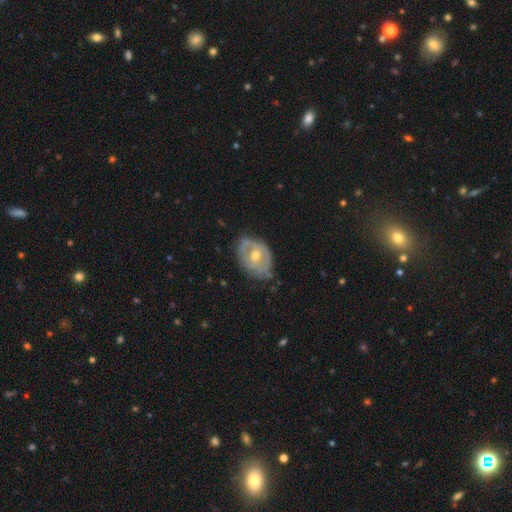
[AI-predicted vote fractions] Smooth or featured? featured or disk (69%)
Edge-on disk? no (95%)
Bar? no (63%)
Spiral arms? yes (51%)
Bulge size? moderate (72%)
Merging? none (58%)